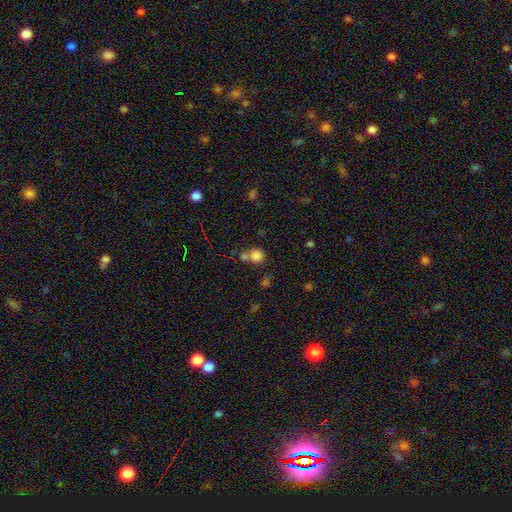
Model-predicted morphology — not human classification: smooth 80%, star or artifact 14%, featured or disk 6%. Down the decision tree: how rounded — round (87%); merging — none (56%).